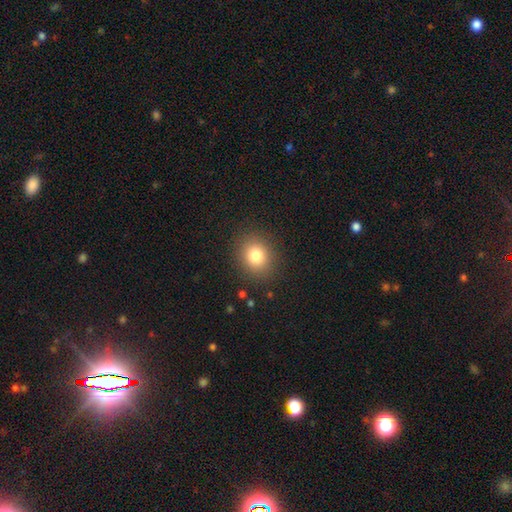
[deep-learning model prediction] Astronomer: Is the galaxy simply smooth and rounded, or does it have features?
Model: smooth — 80%.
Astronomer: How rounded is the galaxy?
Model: round — 70%.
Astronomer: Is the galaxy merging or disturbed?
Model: none — 88%.